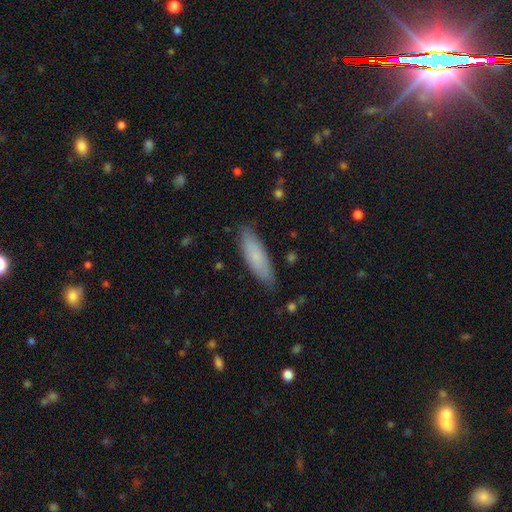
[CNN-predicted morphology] The model was most divided on "how rounded": cigar-shaped: 54%, in between: 44%, round: 2%. More confident: merging — none (83%); smooth or featured — smooth (75%).